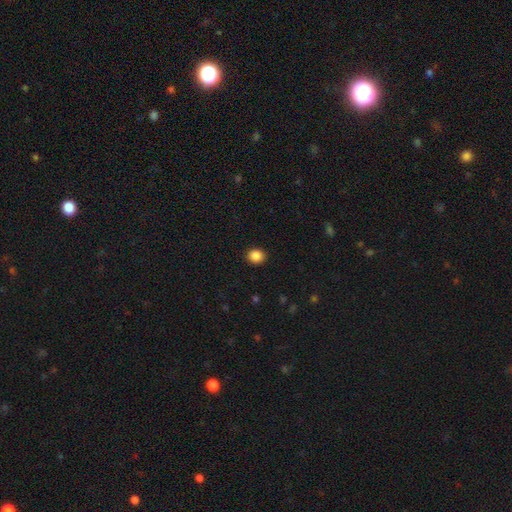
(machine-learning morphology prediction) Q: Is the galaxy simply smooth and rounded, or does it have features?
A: smooth — 87%.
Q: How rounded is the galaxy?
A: round — 69%.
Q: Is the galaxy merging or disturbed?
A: none — 91%.